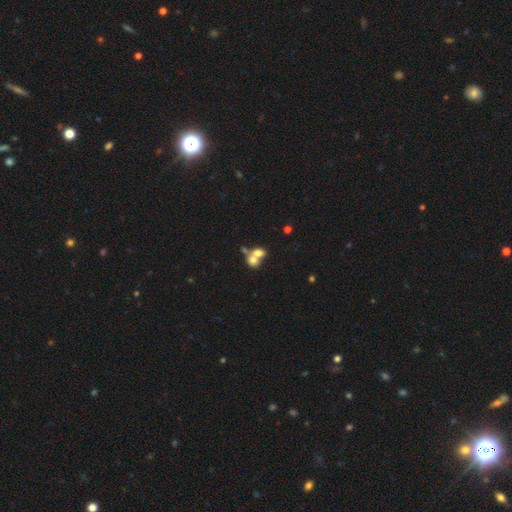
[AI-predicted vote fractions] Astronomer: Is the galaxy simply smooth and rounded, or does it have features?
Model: smooth — 68%.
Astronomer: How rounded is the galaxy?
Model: round — 51% (runner-up: in between, 48%).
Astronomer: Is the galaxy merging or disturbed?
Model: merger — 68%.